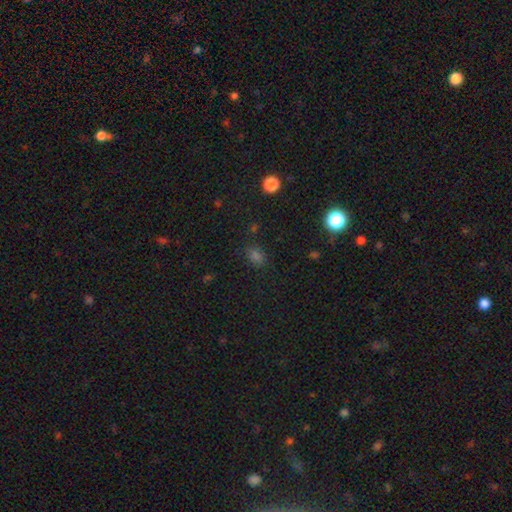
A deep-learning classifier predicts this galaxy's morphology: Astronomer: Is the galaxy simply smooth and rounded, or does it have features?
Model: smooth — 70%.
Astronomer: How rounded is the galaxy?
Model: in between — 64%.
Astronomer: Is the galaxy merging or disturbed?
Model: none — 80%.